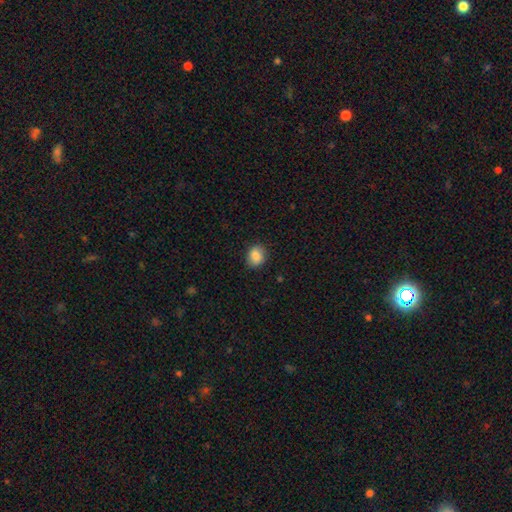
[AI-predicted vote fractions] This is clearly a smooth galaxy (87%). How rounded: possibly round (51%). Merging: clearly none (84%).